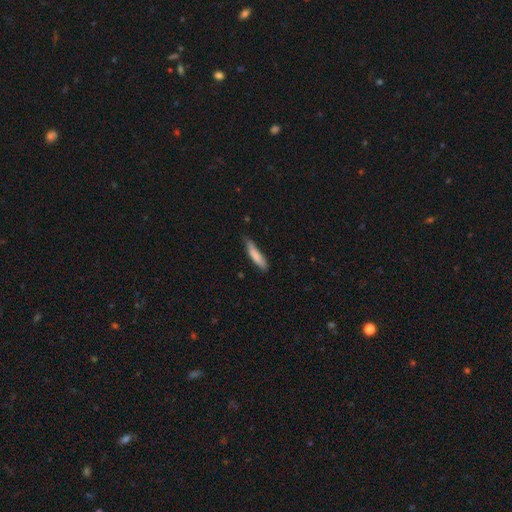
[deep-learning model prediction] This is clearly a smooth galaxy (81%). How rounded: clearly cigar-shaped (83%). Merging: likely none (66%).